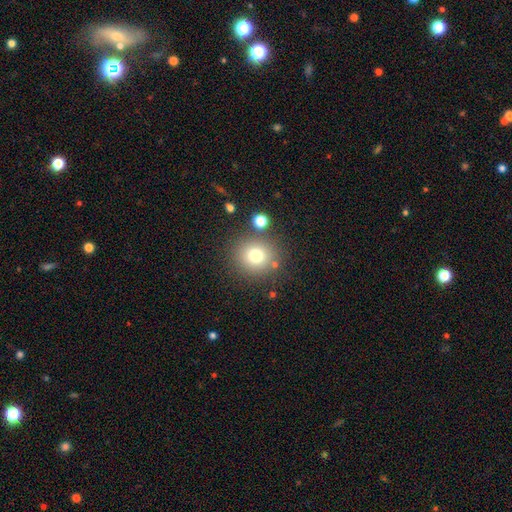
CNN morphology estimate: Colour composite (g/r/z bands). It shows a smooth galaxy with no disk features (75%) that is round (90%). Merging: none (81%).